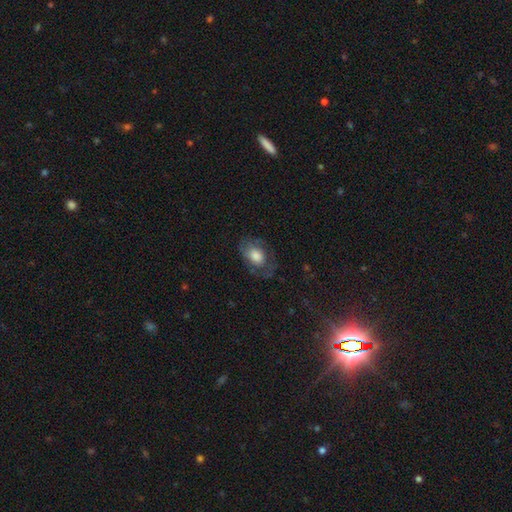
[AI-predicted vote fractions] A smooth galaxy with no disk features (54%) that is in between round and cigar-shaped (77%).

Vote fractions:
- Smooth or featured? smooth: 54% / featured or disk: 37% / star or artifact: 9%
- How rounded? in between: 77% / round: 22% / cigar-shaped: 1%
- Merging? none: 56% / minor disturbance: 23% / major disturbance: 20% / merger: 1%